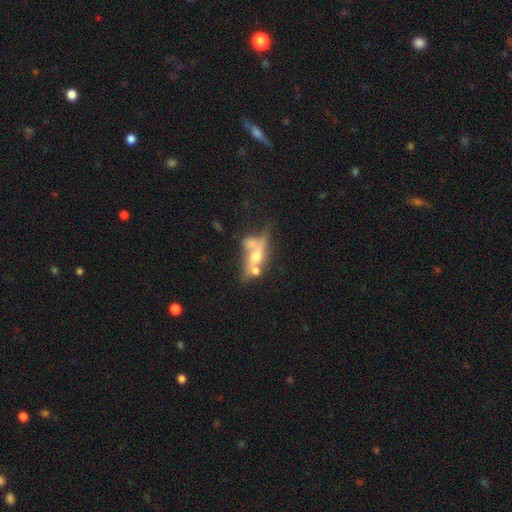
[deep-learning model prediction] Smooth or featured?
  - featured or disk: 52% *
  - smooth: 36%
  - star or artifact: 12%
Edge-on disk?
  - no: 64% *
  - yes: 36%
Merging?
  - merger: 50% *
  - none: 23%
  - major disturbance: 16%
  - minor disturbance: 11%